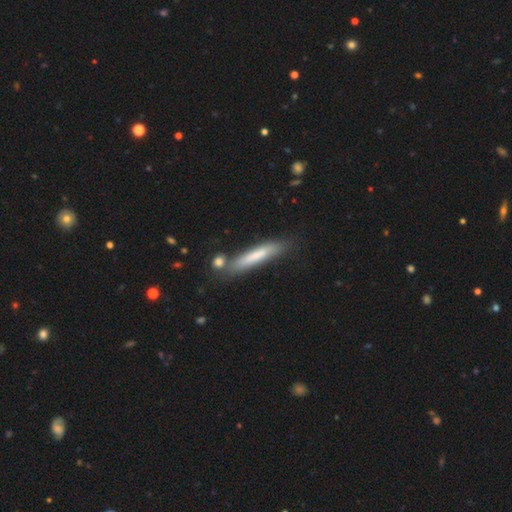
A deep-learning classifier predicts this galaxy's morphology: This is likely a smooth galaxy (69%). How rounded: clearly cigar-shaped (91%). Merging: likely none (72%).